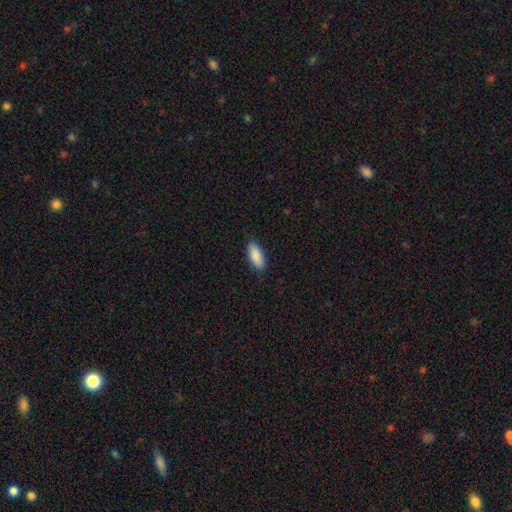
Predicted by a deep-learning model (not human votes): Overall: smooth (88%). How rounded: in between (80%). Merging: none (87%).